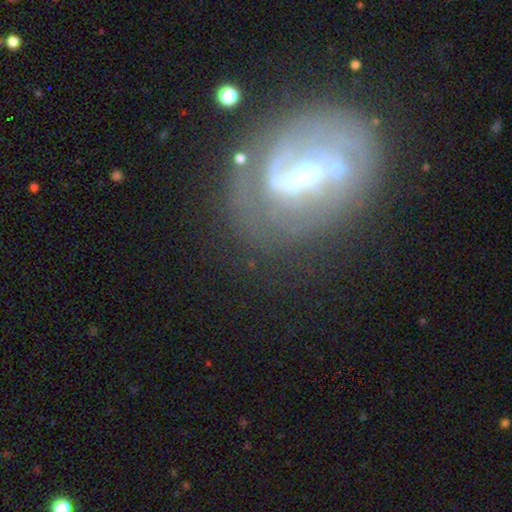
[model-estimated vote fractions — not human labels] This is likely a featured or disk galaxy (72%). It is clearly not viewed edge-on (94%). Bar: marginally strong (44%). Spiral arm pattern: likely yes (66%). Central bulge: marginally moderate (41%). Merging: possibly none (53%).